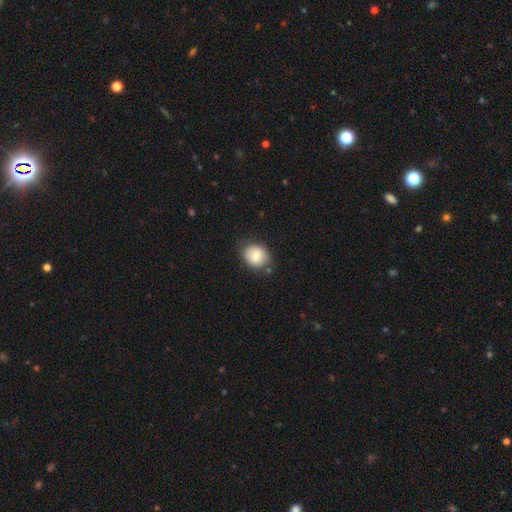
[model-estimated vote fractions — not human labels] smooth 76%, featured or disk 16%, star or artifact 8%. Down the decision tree: how rounded — round (51%); merging — none (73%).